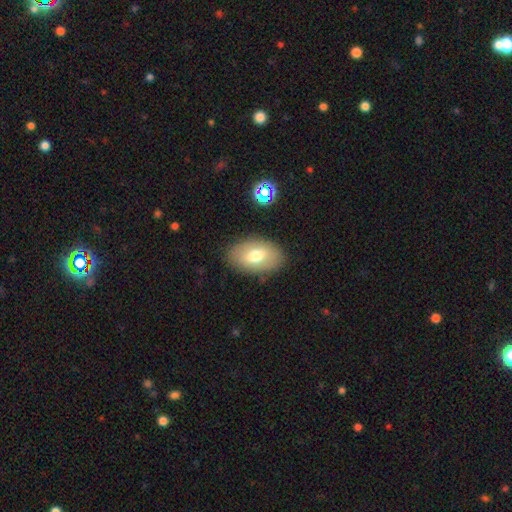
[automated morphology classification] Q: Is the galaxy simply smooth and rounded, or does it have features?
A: smooth — 67%.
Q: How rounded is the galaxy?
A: in between — 91%.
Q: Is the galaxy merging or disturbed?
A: none — 85%.